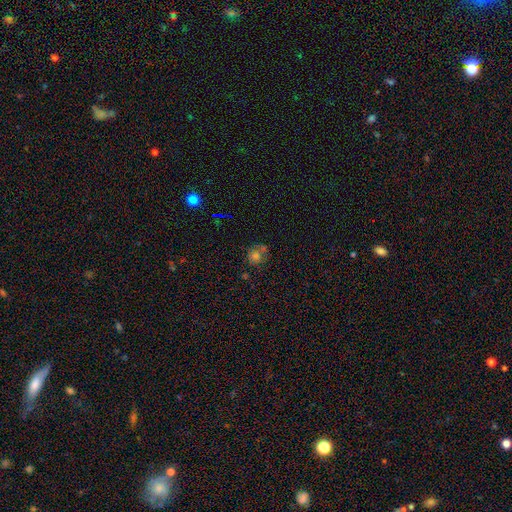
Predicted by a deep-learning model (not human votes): This is likely a smooth galaxy (66%). How rounded: clearly round (83%). Merging: likely none (60%).